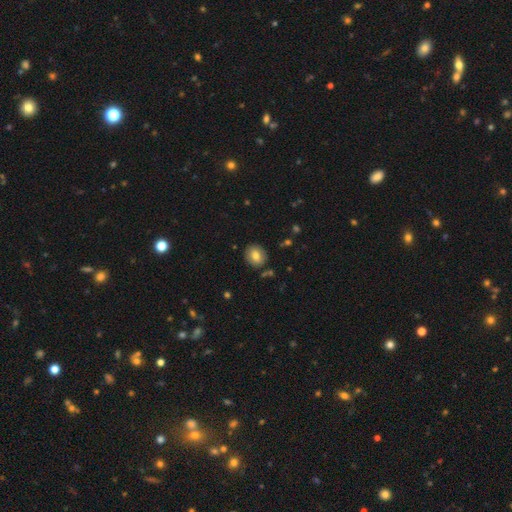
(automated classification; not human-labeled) Smooth or featured? Predicted: smooth (p=0.76). How rounded? Predicted: round (p=0.71). Merging? Predicted: none (p=0.85).